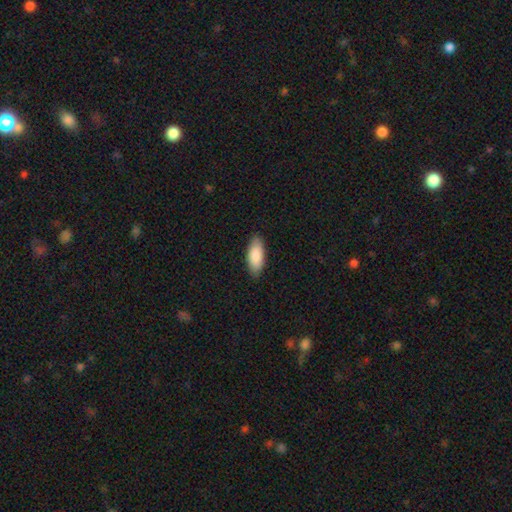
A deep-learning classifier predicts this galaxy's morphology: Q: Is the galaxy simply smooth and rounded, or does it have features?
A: smooth — 88%.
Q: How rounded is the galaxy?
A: in between — 81%.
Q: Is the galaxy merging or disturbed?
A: none — 87%.